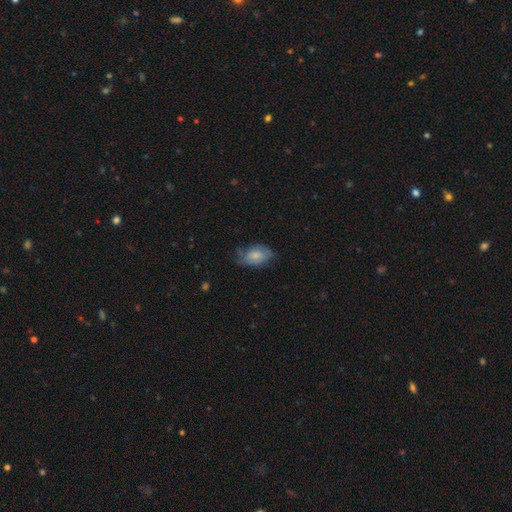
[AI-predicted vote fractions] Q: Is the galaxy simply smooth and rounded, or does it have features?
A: smooth — 66%.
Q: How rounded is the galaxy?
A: in between — 87%.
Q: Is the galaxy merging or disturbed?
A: none — 48%.